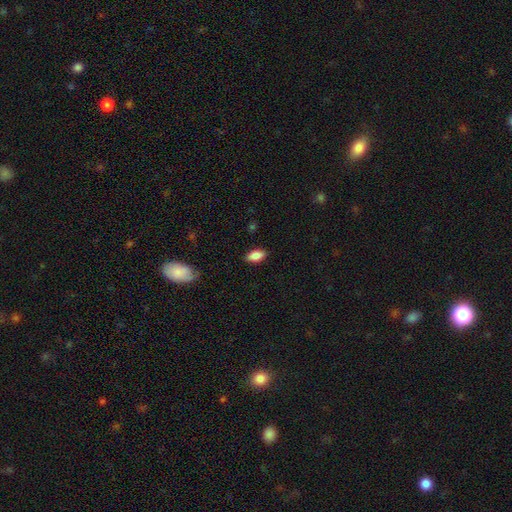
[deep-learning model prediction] smooth 84%, featured or disk 8%, star or artifact 7%. Down the decision tree: how rounded — in between (90%); merging — none (87%).